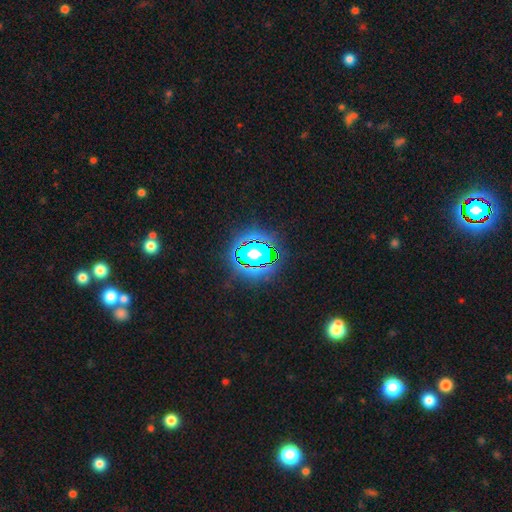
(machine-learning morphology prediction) smooth_or_featured: star or artifact (p=0.81) [alt: smooth p=0.12]